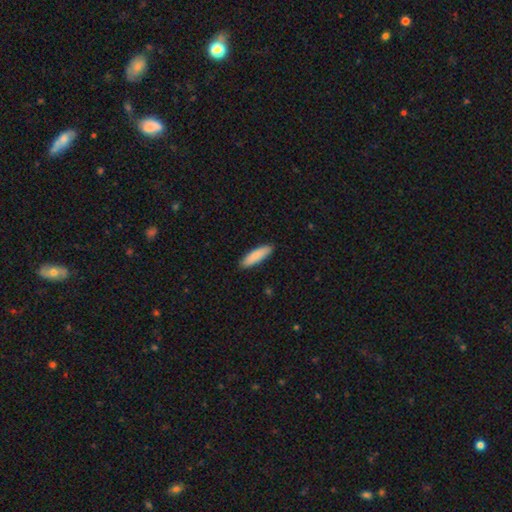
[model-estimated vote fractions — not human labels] smooth 87%, featured or disk 8%, star or artifact 5%. Down the decision tree: how rounded — cigar-shaped (61%); merging — none (89%).